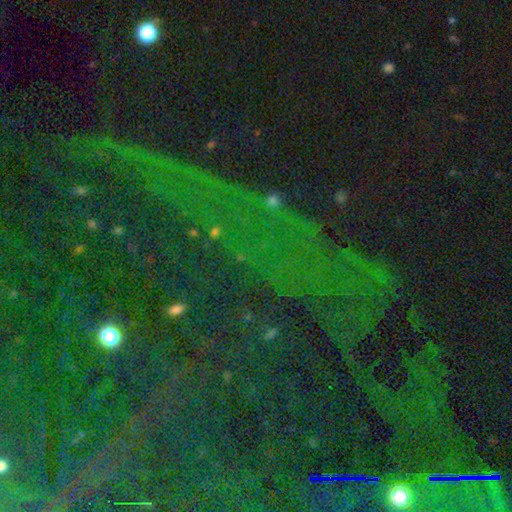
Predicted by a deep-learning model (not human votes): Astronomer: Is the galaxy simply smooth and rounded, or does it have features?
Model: star or artifact — 79%.